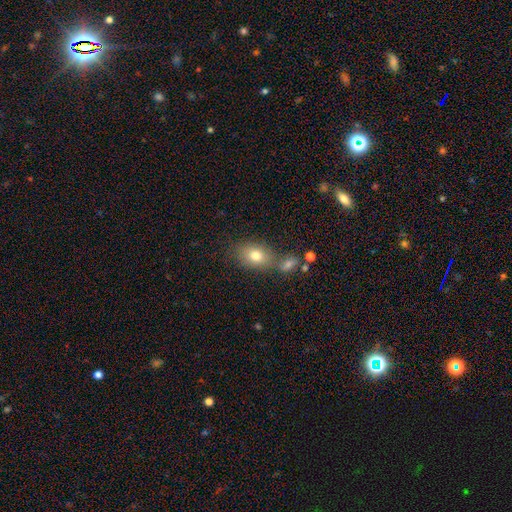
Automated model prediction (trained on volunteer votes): Overall: smooth (78%). How rounded: in between (73%). Merging: none (59%; merger 22%).